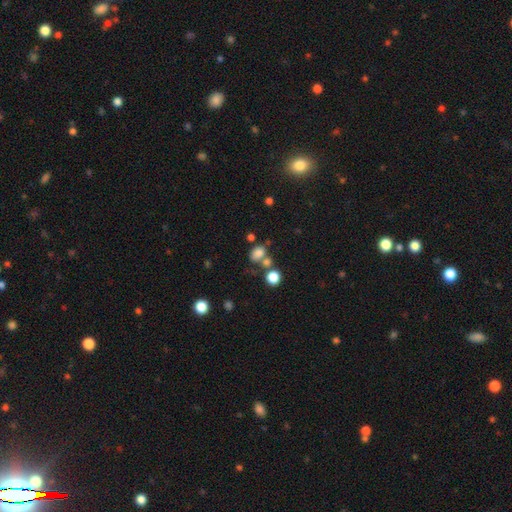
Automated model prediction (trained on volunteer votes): A smooth galaxy with no disk features (45%). Merging: none (53%).